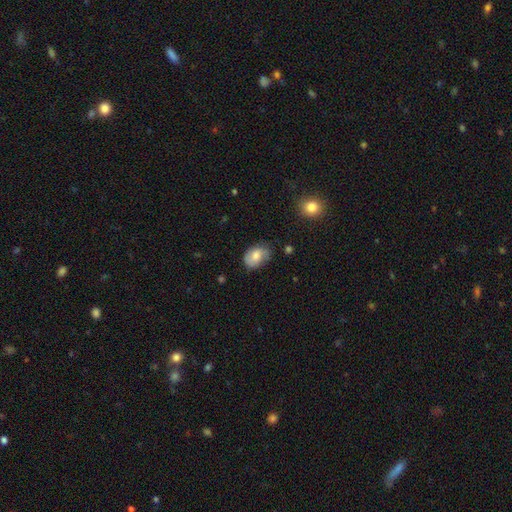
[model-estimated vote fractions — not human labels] This is likely a smooth galaxy (67%). How rounded: likely in between (78%). Merging: likely none (61%).